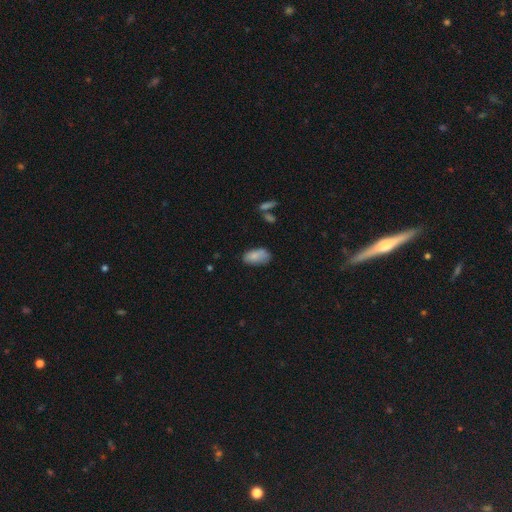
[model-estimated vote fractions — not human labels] The model was most divided on "merging": none: 57%, minor disturbance: 29%, major disturbance: 8%, merger: 5%. More confident: how rounded — in between (93%); smooth or featured — smooth (80%).